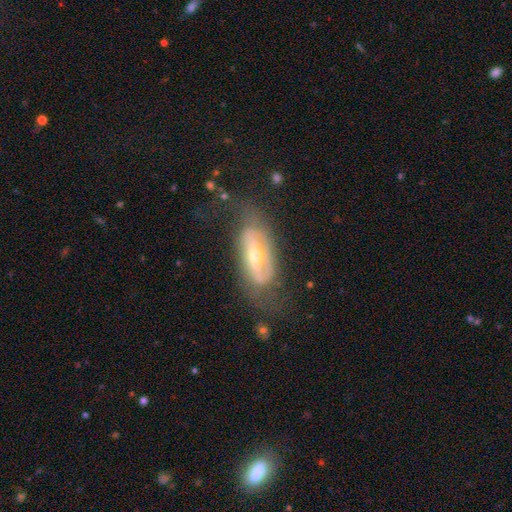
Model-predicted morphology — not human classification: This is likely a featured or disk galaxy (78%). It is clearly not viewed edge-on (87%). Bar: marginally strong (43%). Spiral arm pattern: likely yes (77%). Spiral arm count: likely 2 (72%). Spiral winding: marginally medium (39%). Central bulge: possibly moderate (56%). Merging: possibly none (59%).